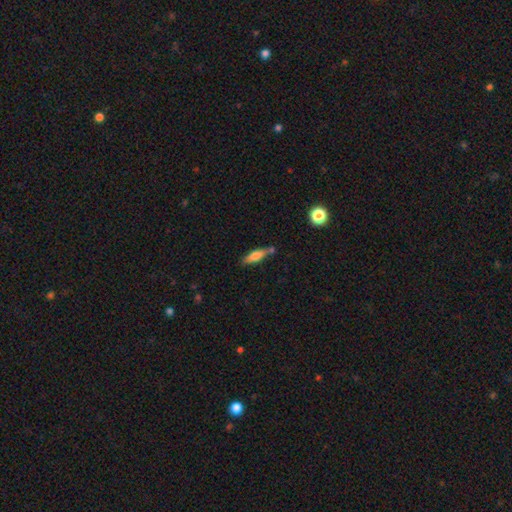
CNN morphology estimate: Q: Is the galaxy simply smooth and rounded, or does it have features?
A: smooth — 61%.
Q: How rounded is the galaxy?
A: cigar-shaped — 61%.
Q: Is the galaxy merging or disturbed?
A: none — 65%.